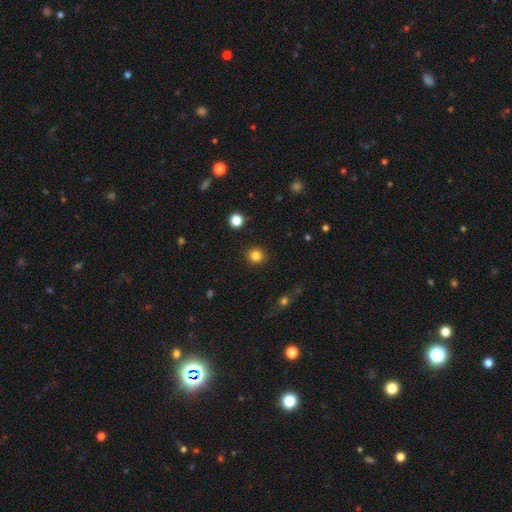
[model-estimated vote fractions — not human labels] Morphology: type=smooth (83%); roundness=round (91%); merging=none (92%).